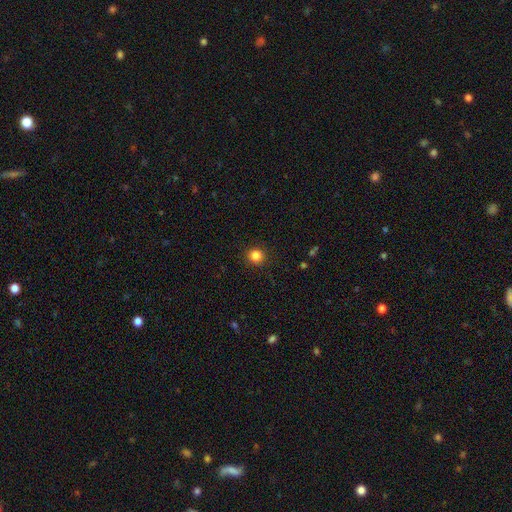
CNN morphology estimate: Q: Smooth or featured?
A: smooth (83%); runner-up: star or artifact (12%)
Q: How rounded?
A: round (91%); runner-up: in between (8%)
Q: Merging?
A: none (91%); runner-up: minor disturbance (6%)